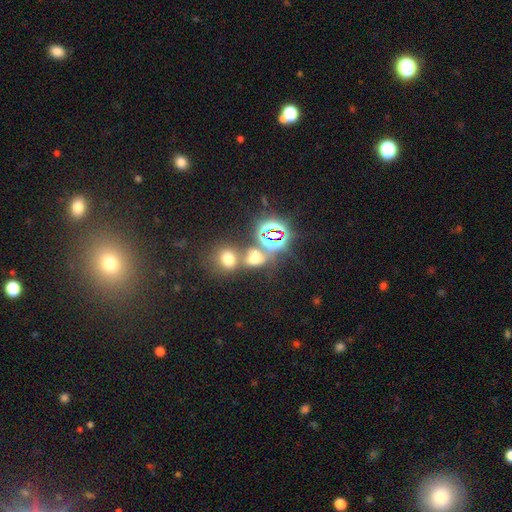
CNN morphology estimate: smooth-or-featured: smooth: 49% | star or artifact: 41% | featured or disk: 10%
  merging: none: 45% | merger: 40% | minor disturbance: 9% | major disturbance: 6%